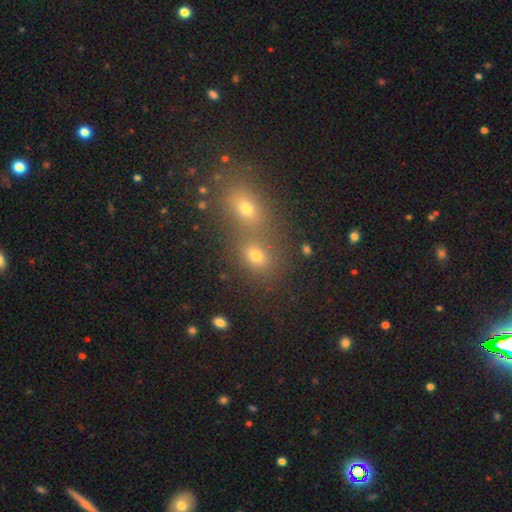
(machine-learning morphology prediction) smooth-or-featured: smooth: 69% | star or artifact: 20% | featured or disk: 11%
  how-rounded: round: 52% | in between: 46% | cigar-shaped: 2%
  merging: none: 48% | merger: 41% | minor disturbance: 8% | major disturbance: 4%